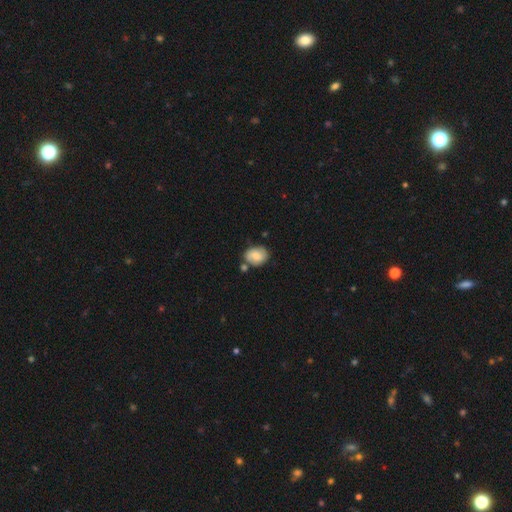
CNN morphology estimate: A smooth galaxy with no disk features (75%) that is in between round and cigar-shaped (61%).

Vote fractions:
- Smooth or featured? smooth: 75% / featured or disk: 17% / star or artifact: 8%
- How rounded? in between: 61% / round: 38% / cigar-shaped: 1%
- Merging? none: 63% / minor disturbance: 18% / merger: 15% / major disturbance: 4%